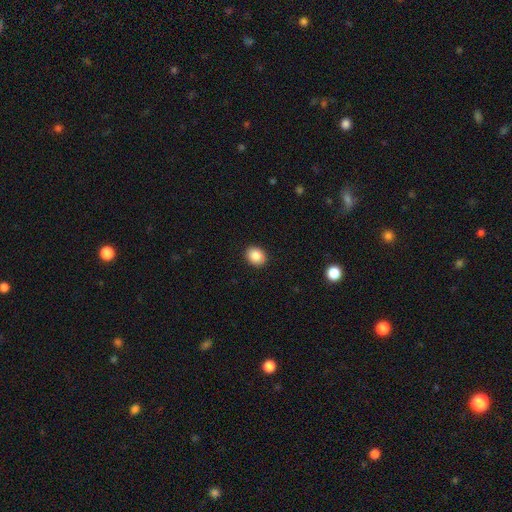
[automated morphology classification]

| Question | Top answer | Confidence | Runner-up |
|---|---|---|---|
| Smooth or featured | smooth | 86% | star or artifact (9%) |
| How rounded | round | 60% | in between (40%) |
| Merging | none | 91% | minor disturbance (6%) |